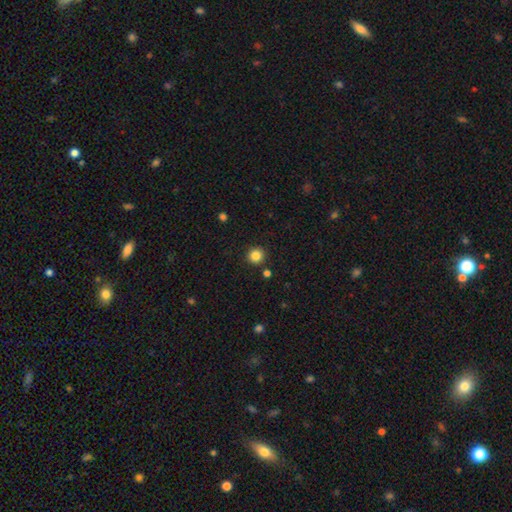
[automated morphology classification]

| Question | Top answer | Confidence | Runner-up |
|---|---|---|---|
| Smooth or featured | smooth | 85% | star or artifact (11%) |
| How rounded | round | 94% | in between (5%) |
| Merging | none | 90% | minor disturbance (5%) |